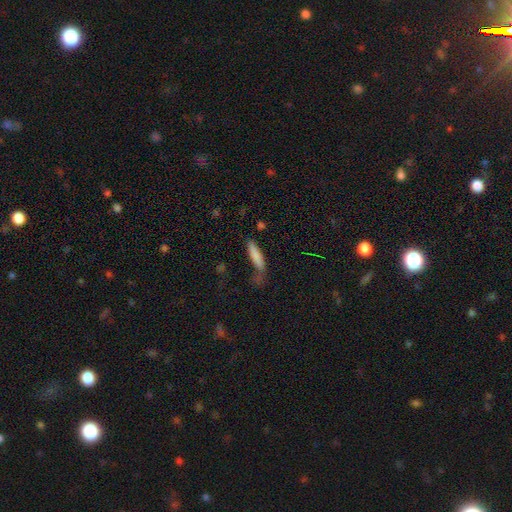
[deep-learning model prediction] Smooth or featured? smooth (80%)
How rounded? cigar-shaped (79%)
Merging? none (47%)